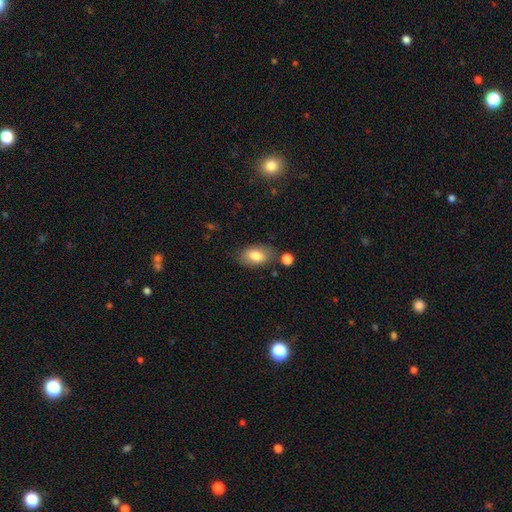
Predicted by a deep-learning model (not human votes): smooth 80%, featured or disk 13%, star or artifact 7%. Down the decision tree: how rounded — in between (91%); merging — none (74%).